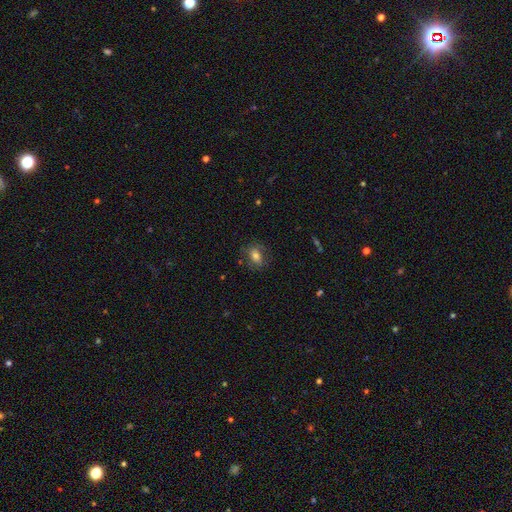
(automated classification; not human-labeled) smooth 68%, featured or disk 22%, star or artifact 10%. Down the decision tree: how rounded — in between (73%); merging — none (74%).